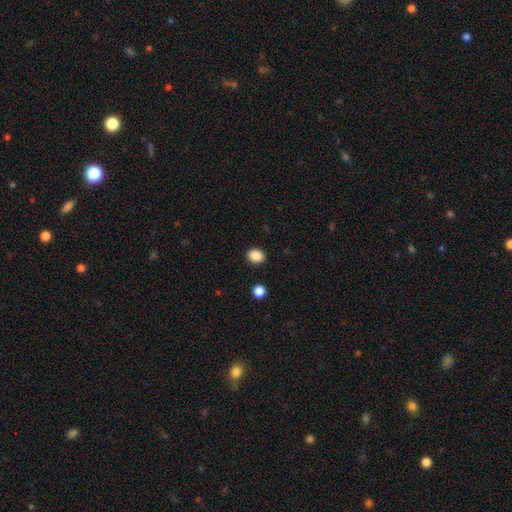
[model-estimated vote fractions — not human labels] smooth 88%, star or artifact 9%, featured or disk 3%. Down the decision tree: how rounded — round (50%); merging — none (89%).